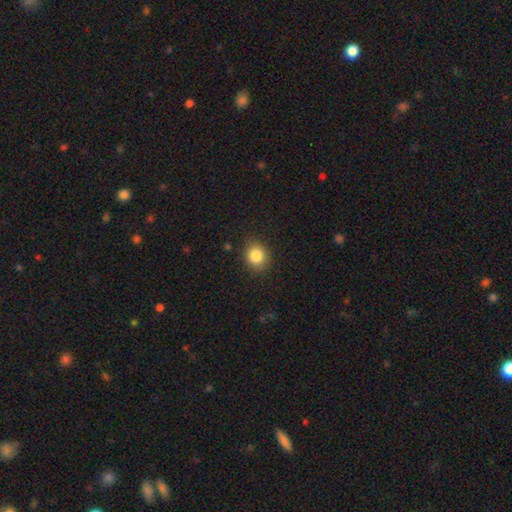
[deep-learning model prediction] Smooth or featured? Predicted: smooth (p=0.84). How rounded? Predicted: round (p=0.67). Merging? Predicted: none (p=0.87).